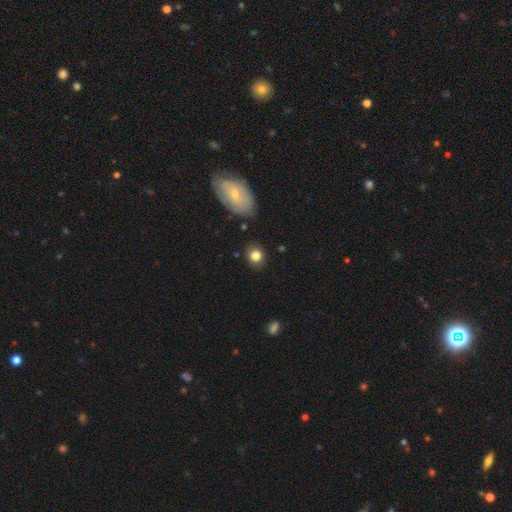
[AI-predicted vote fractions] Smooth or featured? smooth (83%)
How rounded? round (76%)
Merging? none (84%)